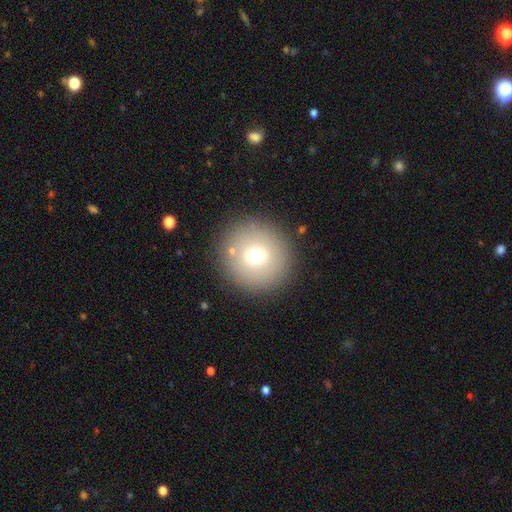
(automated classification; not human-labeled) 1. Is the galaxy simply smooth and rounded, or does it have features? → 70% smooth, 17% featured or disk, 13% star or artifact.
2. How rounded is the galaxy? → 95% round, 4% in between, 1% cigar-shaped.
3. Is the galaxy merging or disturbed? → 88% none, 6% minor disturbance, 3% major disturbance, 3% merger.